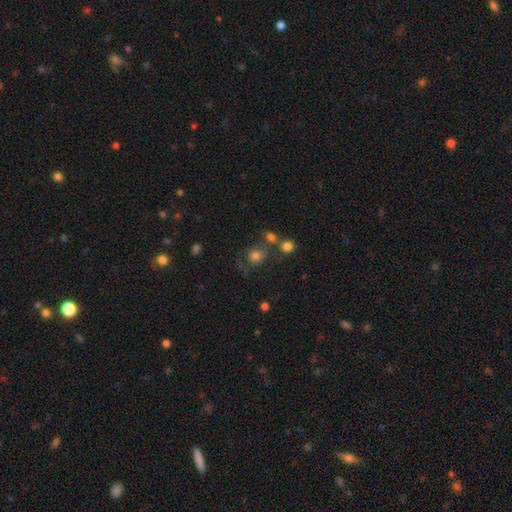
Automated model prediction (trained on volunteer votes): Overall: smooth (74%). How rounded: round (78%). Merging: none (51%; merger 17%).